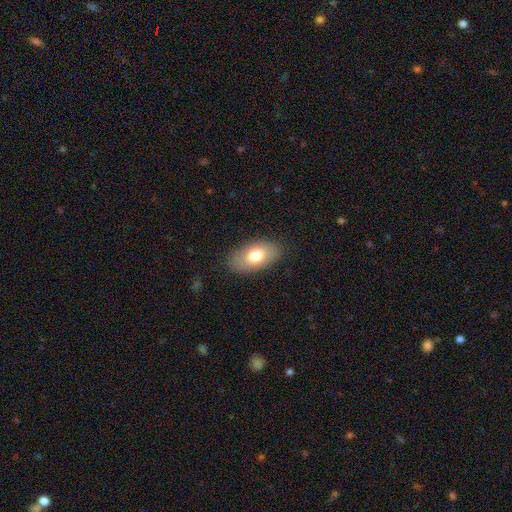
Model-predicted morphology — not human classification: The model was most divided on "smooth or featured": smooth: 74%, featured or disk: 18%, star or artifact: 7%. More confident: how rounded — in between (93%); merging — none (83%).